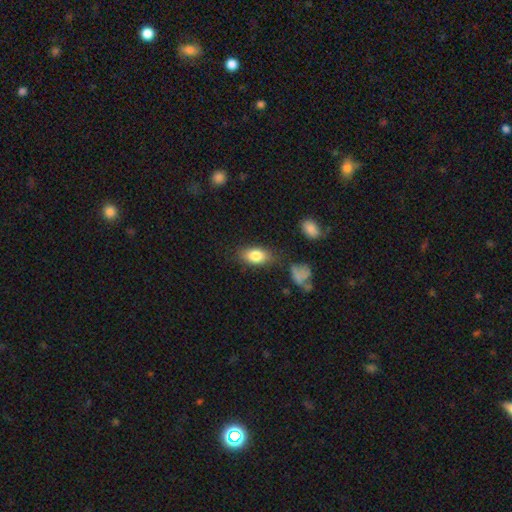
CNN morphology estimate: Smooth or featured?
  - smooth: 81% *
  - featured or disk: 11%
  - star or artifact: 8%
How rounded?
  - in between: 87% *
  - round: 9%
  - cigar-shaped: 4%
Merging?
  - none: 74% *
  - minor disturbance: 16%
  - major disturbance: 5%
  - merger: 5%